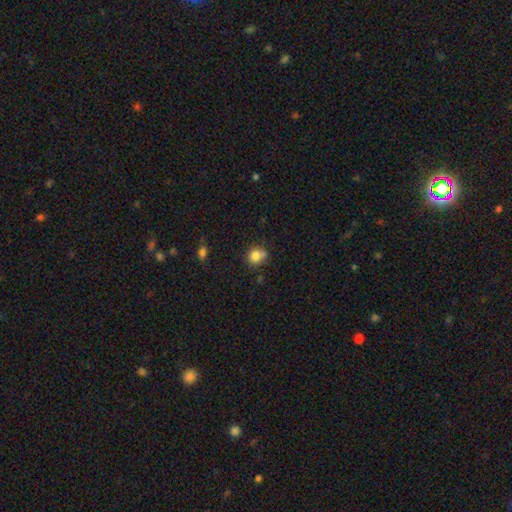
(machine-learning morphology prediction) Smooth or featured? Predicted: smooth (p=0.80). How rounded? Predicted: round (p=0.74). Merging? Predicted: none (p=0.58).